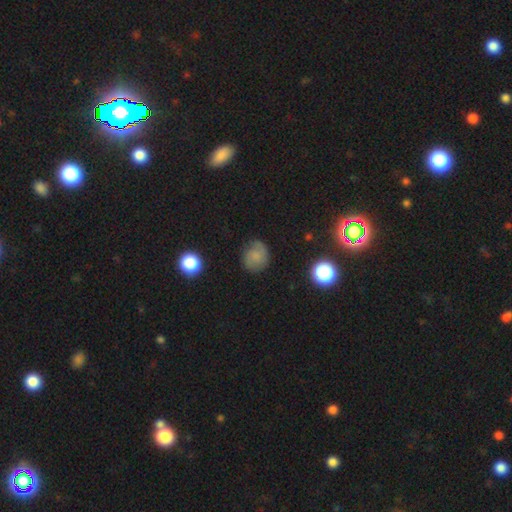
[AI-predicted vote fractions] This is likely a smooth galaxy (63%). How rounded: likely round (76%). Merging: likely none (67%).